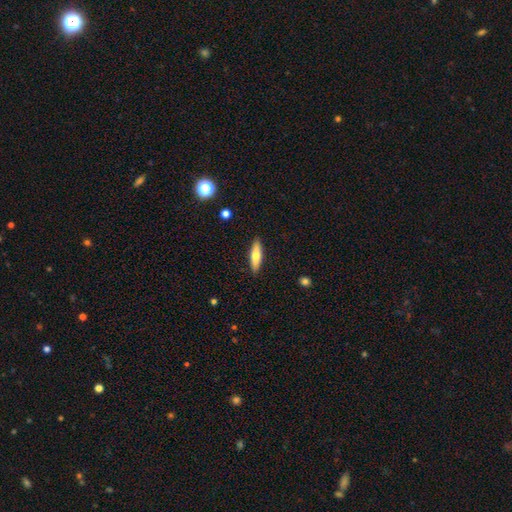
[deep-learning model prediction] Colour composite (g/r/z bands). It shows a smooth galaxy with no disk features (66%) that is cigar-shaped (65%). Merging: none (89%).